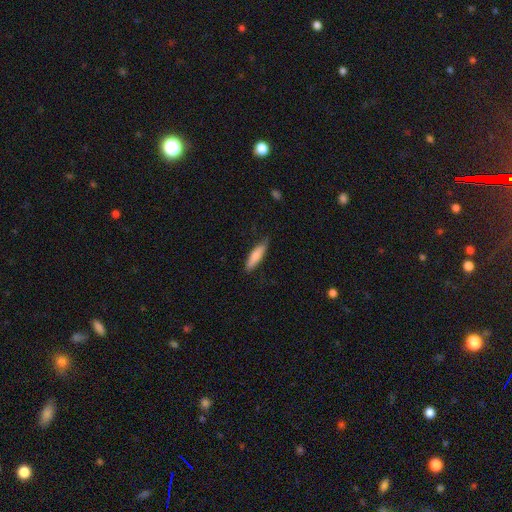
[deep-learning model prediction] This is likely a smooth galaxy (77%). How rounded: likely cigar-shaped (69%). Merging: likely none (79%).